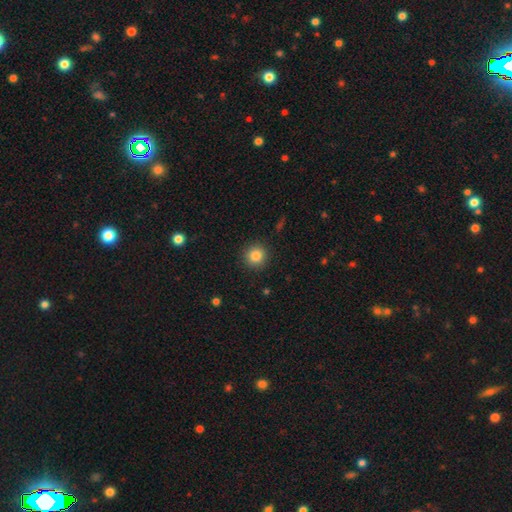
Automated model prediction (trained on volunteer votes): Smooth or featured? Predicted: smooth (p=0.84). How rounded? Predicted: round (p=0.93). Merging? Predicted: none (p=0.91).